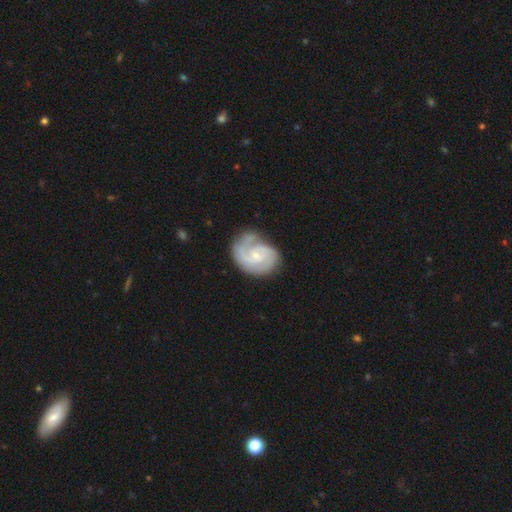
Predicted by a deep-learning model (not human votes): A featured or disk galaxy (83%) with no bar (58%), 2 (55%) tight (47%) spiral arms (96%) and a small central bulge (70%).

Vote fractions:
- Smooth or featured? featured or disk: 83% / smooth: 12% / star or artifact: 5%
- Edge-on disk? no: 98% / yes: 2%
- Bar? no: 58% / weak: 37% / strong: 5%
- Spiral arms? yes: 96% / no: 4%
- Spiral winding? tight: 47% / medium: 42% / loose: 12%
- Spiral arm count? 2: 55% / 3: 16% / can't tell: 13% / 1: 10% / 4: 3% / more than 4: 3%
- Bulge size? small: 70% / moderate: 22% / none: 6% / large: 1% / dominant: 1%
- Merging? none: 61% / minor disturbance: 25% / major disturbance: 12% / merger: 3%